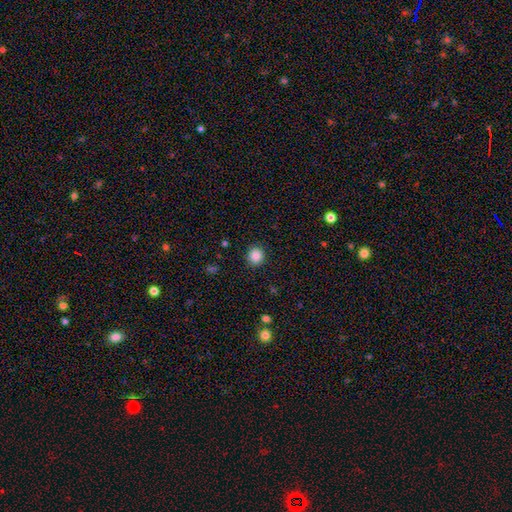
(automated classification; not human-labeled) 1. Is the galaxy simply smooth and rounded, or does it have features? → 87% smooth, 10% star or artifact, 3% featured or disk.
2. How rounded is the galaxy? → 87% round, 12% in between, 1% cigar-shaped.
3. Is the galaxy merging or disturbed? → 90% none, 7% minor disturbance, 2% major disturbance, 1% merger.